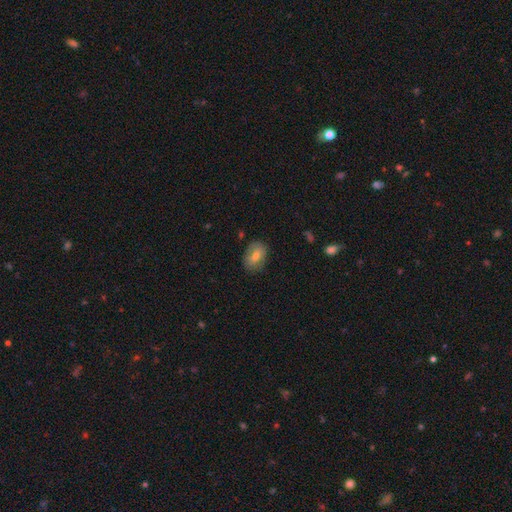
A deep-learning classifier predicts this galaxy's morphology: Smooth or featured? smooth (68%)
How rounded? in between (78%)
Merging? none (79%)